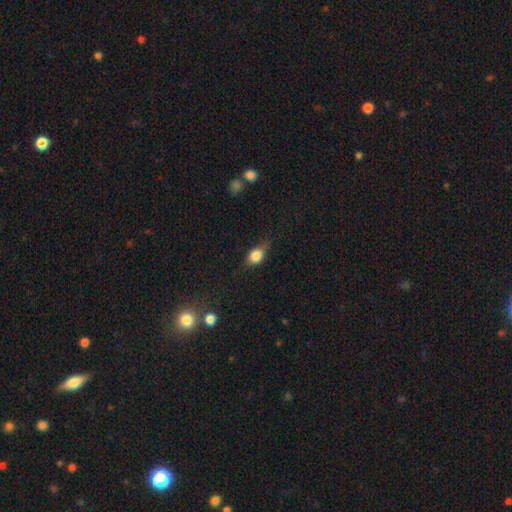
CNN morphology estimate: Smooth or featured?
  - smooth: 77% *
  - featured or disk: 14%
  - star or artifact: 9%
How rounded?
  - in between: 62% *
  - round: 33%
  - cigar-shaped: 5%
Merging?
  - none: 57% *
  - minor disturbance: 31%
  - major disturbance: 10%
  - merger: 2%